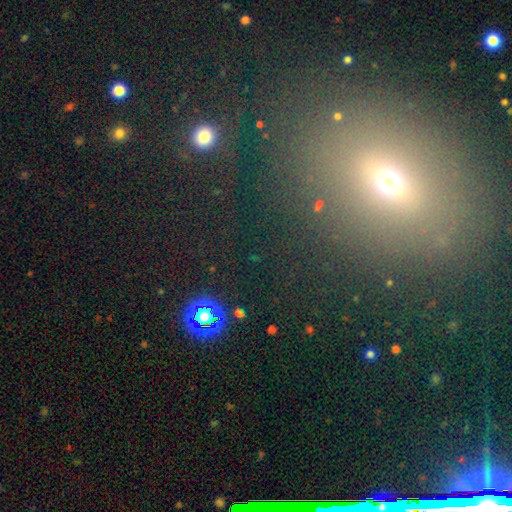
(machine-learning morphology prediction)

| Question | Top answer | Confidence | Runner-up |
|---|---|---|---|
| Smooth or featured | star or artifact | 47% | smooth (38%) |